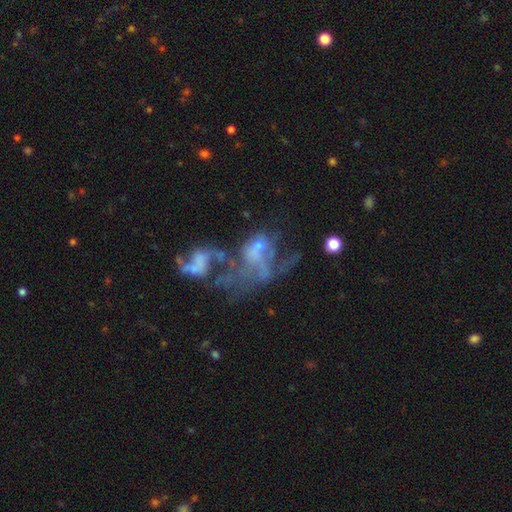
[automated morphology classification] Smooth or featured? Predicted: featured or disk (p=0.59). Edge-on disk? Predicted: no (p=0.97). Bar? Predicted: no (p=0.84). Spiral arms? Predicted: no (p=0.76). Bulge size? Predicted: none (p=0.52). Merging? Predicted: merger (p=0.54).